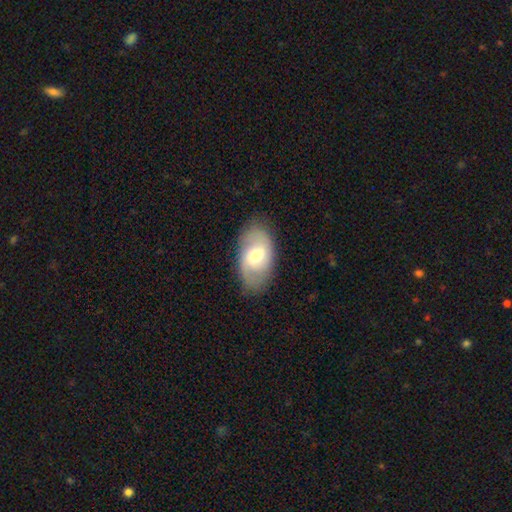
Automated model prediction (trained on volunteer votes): A smooth galaxy with no disk features (48%). Merging: none (81%).